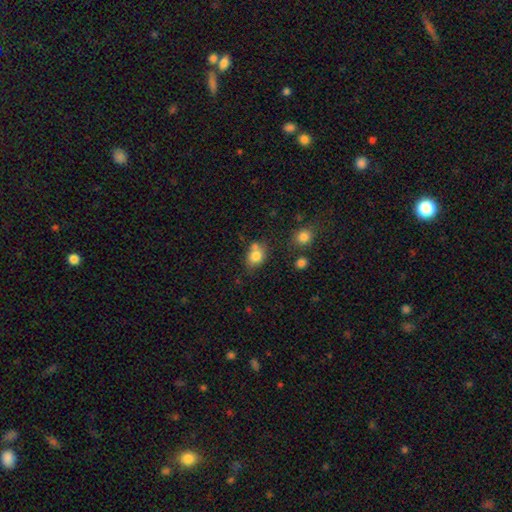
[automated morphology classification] Overall: smooth (79%). How rounded: in between (50%; round 48%). Merging: none (53%; merger 25%).